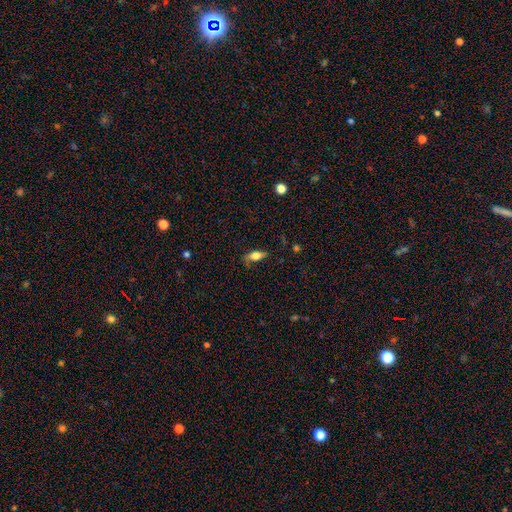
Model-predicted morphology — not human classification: Smooth or featured?
  - smooth: 67% *
  - featured or disk: 25%
  - star or artifact: 8%
How rounded?
  - in between: 71% *
  - cigar-shaped: 25%
  - round: 4%
Merging?
  - none: 69% *
  - minor disturbance: 23%
  - major disturbance: 7%
  - merger: 2%